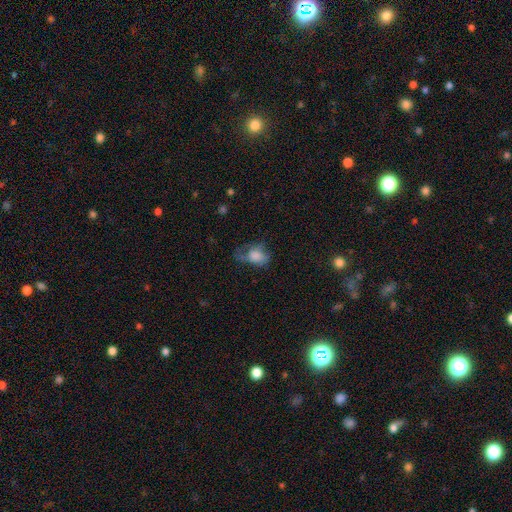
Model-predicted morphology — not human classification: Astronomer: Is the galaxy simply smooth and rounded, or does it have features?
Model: smooth — 70%.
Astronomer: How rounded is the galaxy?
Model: in between — 69%.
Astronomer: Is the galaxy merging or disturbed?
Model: major disturbance — 42% (runner-up: minor disturbance, 28%).